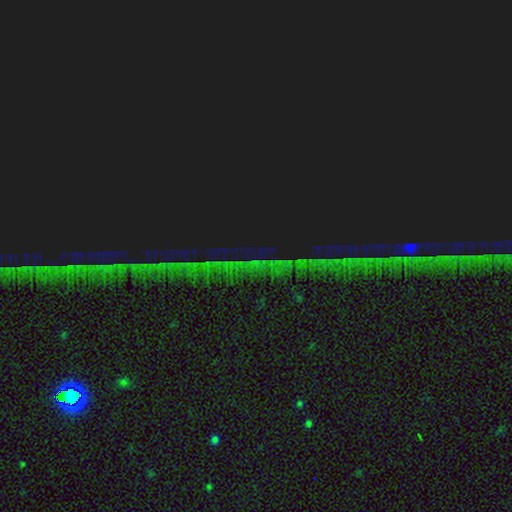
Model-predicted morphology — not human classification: smooth_or_featured: star or artifact (p=0.87) [alt: smooth p=0.07]